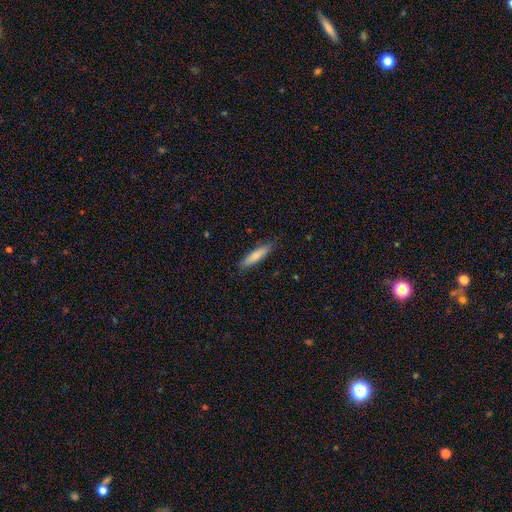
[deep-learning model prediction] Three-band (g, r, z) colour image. It shows a smooth galaxy with no disk features (78%) that is cigar-shaped (73%). Merging: none (85%).